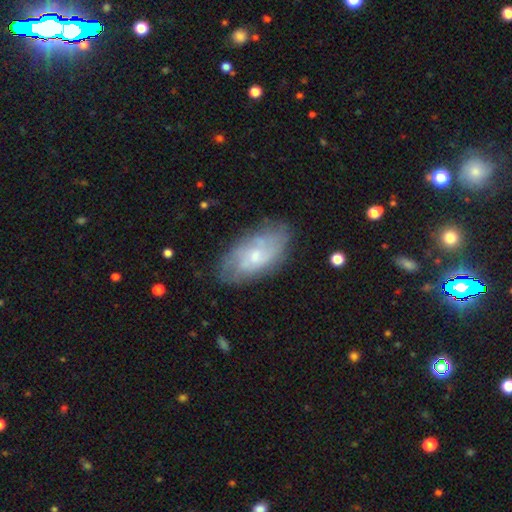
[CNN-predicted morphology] smooth_or_featured: featured or disk (p=0.58) [alt: smooth p=0.35]
disk_edge_on: no (p=0.92) [alt: yes p=0.08]
bar: no (p=0.70) [alt: weak p=0.26]
has_spiral_arms: yes (p=0.73) [alt: no p=0.27]
bulge_size: small (p=0.55) [alt: moderate p=0.38]
merging: none (p=0.72) [alt: minor disturbance p=0.20]